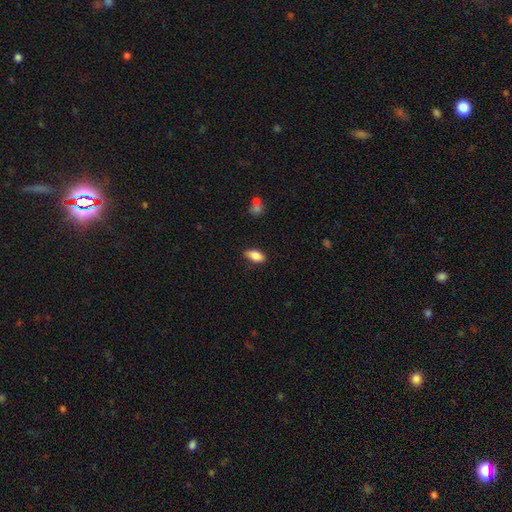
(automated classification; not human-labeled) A smooth galaxy with no disk features (85%) that is in between round and cigar-shaped (88%).

Vote fractions:
- Smooth or featured? smooth: 85% / featured or disk: 8% / star or artifact: 7%
- How rounded? in between: 88% / cigar-shaped: 9% / round: 3%
- Merging? none: 77% / minor disturbance: 18% / major disturbance: 3% / merger: 2%